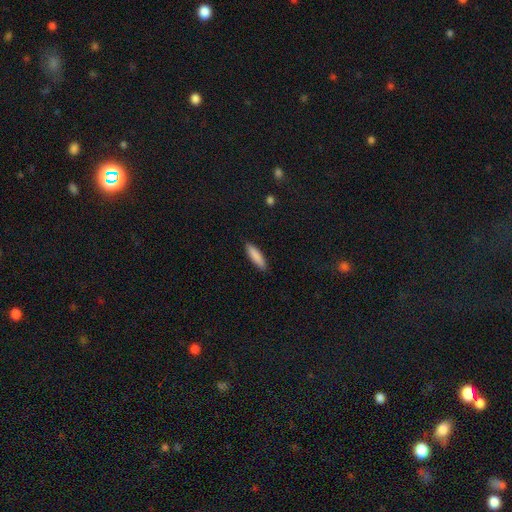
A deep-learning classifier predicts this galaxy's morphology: smooth-or-featured: smooth: 88% | featured or disk: 6% | star or artifact: 6%
  how-rounded: cigar-shaped: 68% | in between: 31% | round: 1%
  merging: none: 89% | minor disturbance: 8% | major disturbance: 2% | merger: 1%